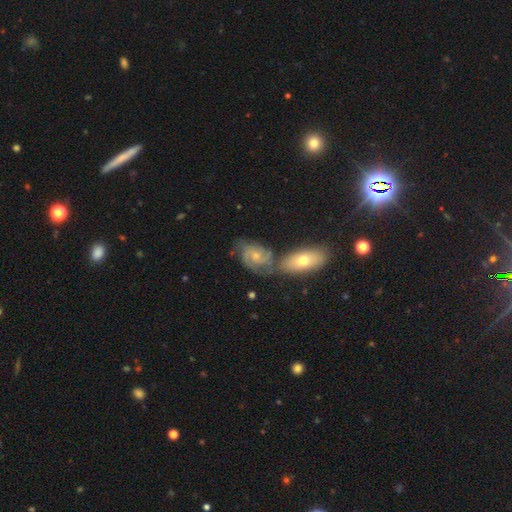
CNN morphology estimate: Smooth or featured?
  - featured or disk: 76% *
  - smooth: 17%
  - star or artifact: 7%
Edge-on disk?
  - no: 96% *
  - yes: 4%
Bar?
  - no: 71% *
  - weak: 25%
  - strong: 4%
Spiral arms?
  - yes: 93% *
  - no: 7%
Spiral winding?
  - medium: 45% *
  - tight: 42%
  - loose: 13%
Spiral arm count?
  - 2: 50% *
  - 3: 20%
  - can't tell: 19%
  - 4: 4%
  - 1: 4%
  - more than 4: 3%
Bulge size?
  - small: 58% *
  - moderate: 36%
  - none: 3%
  - large: 2%
  - dominant: 1%
Merging?
  - none: 44% *
  - merger: 30%
  - minor disturbance: 17%
  - major disturbance: 8%